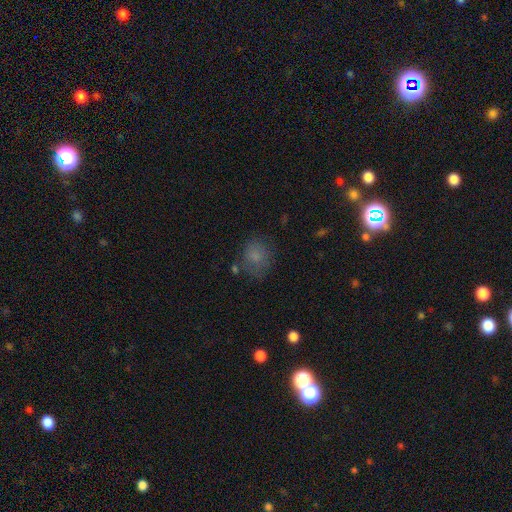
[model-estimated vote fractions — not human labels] smooth_or_featured: smooth (p=0.74) [alt: star or artifact p=0.14]
how_rounded: round (p=0.66) [alt: in between p=0.33]
merging: none (p=0.66) [alt: minor disturbance p=0.20]